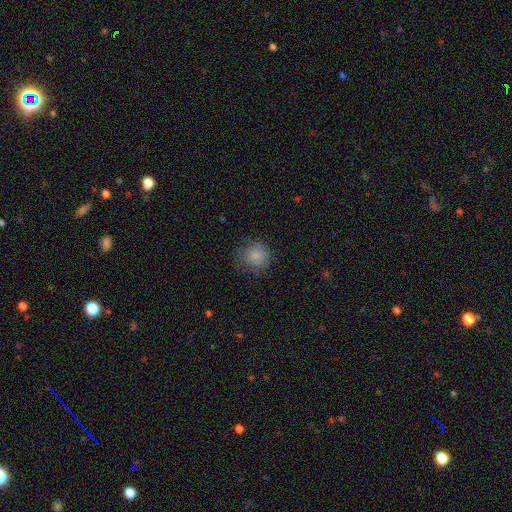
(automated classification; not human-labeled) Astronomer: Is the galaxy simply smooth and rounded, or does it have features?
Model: smooth — 81%.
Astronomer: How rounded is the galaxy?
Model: round — 86%.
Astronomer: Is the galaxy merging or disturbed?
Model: none — 72%.